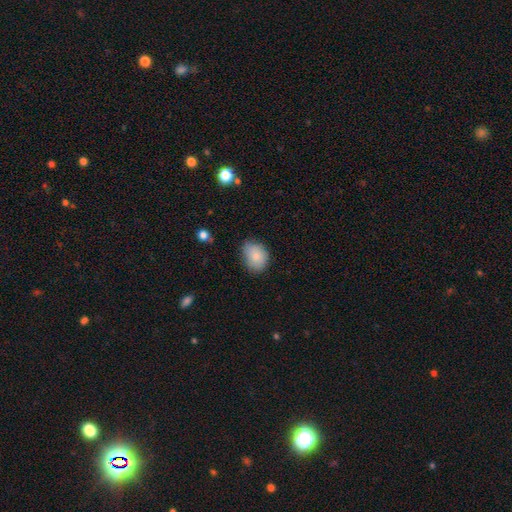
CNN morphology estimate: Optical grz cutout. It shows a smooth galaxy with no disk features (84%) that is in between round and cigar-shaped (63%). Merging: none (68%).